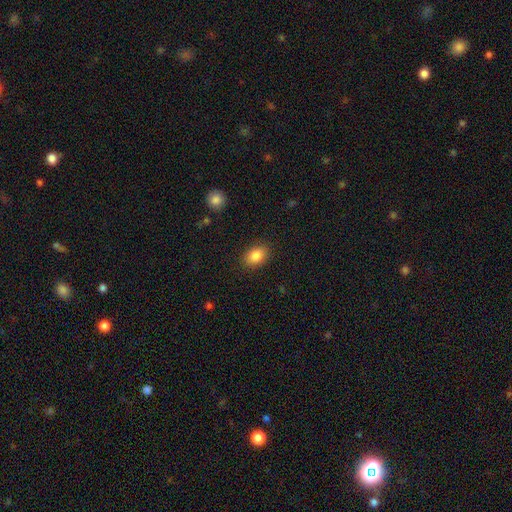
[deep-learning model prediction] Overall: smooth (86%). How rounded: in between (79%). Merging: none (87%).